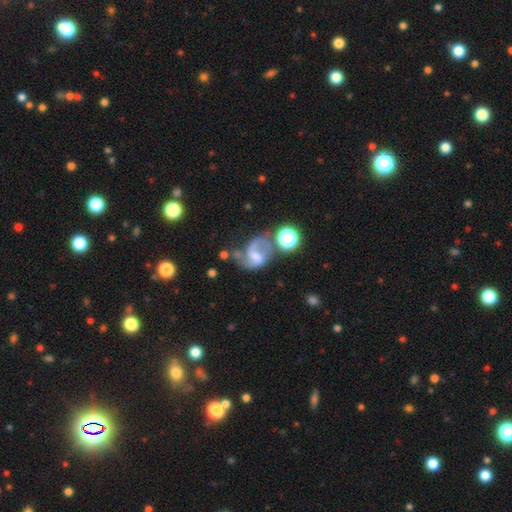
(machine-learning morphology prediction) Smooth or featured: featured or disk — 62% (smooth — 25%)
Edge-on disk: no — 97% (yes — 3%)
Bar: weak — 47% (no — 31%)
Spiral arms: yes — 79% (no — 21%)
Bulge size: none — 30% (tied with moderate — 30%)
Merging: none — 34% (major disturbance — 26%)